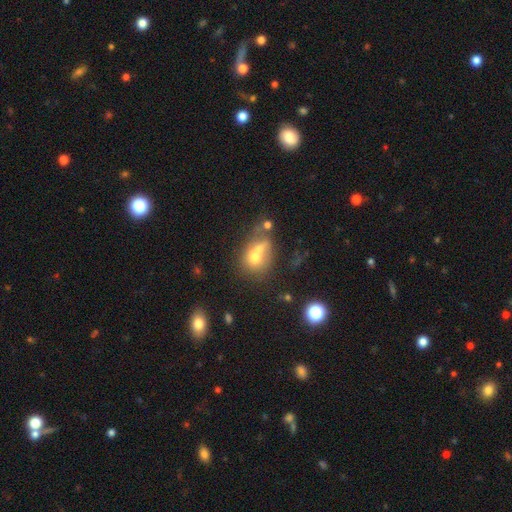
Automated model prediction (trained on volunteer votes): Smooth or featured? Predicted: smooth (p=0.60). How rounded? Predicted: round (p=0.53). Merging? Predicted: merger (p=0.57).